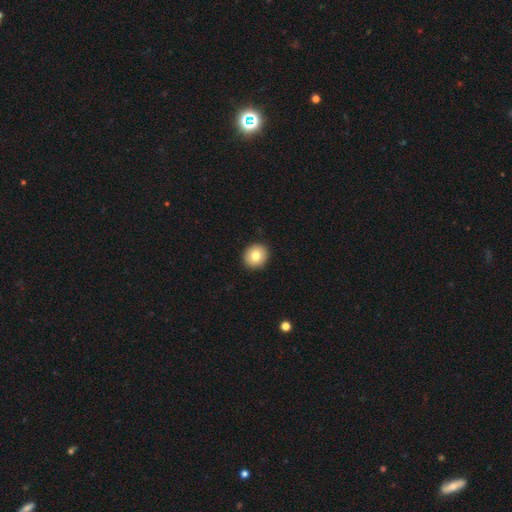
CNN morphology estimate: A smooth galaxy with no disk features (80%) that is round (83%). Merging: none (92%).